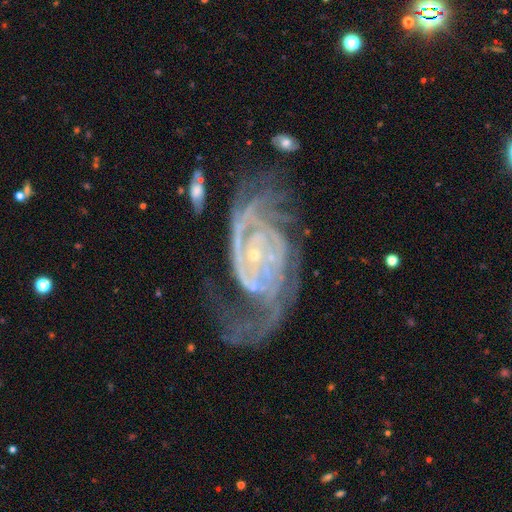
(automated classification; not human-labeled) smooth_or_featured: featured or disk (p=0.91) [alt: star or artifact p=0.06]
disk_edge_on: no (p=0.97) [alt: yes p=0.03]
bar: no (p=0.69) [alt: weak p=0.21]
has_spiral_arms: yes (p=0.98) [alt: no p=0.02]
spiral_winding: tight (p=0.59) [alt: medium p=0.32]
spiral_arm_count: 2 (p=0.34) [alt: 3 p=0.20]
bulge_size: small (p=0.86) [alt: moderate p=0.10]
merging: none (p=0.47) [alt: major disturbance p=0.26]